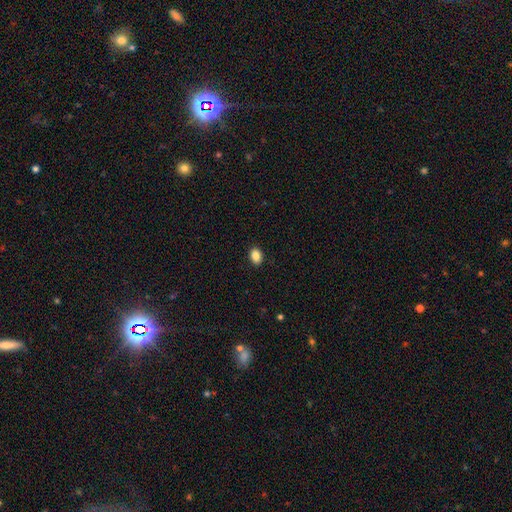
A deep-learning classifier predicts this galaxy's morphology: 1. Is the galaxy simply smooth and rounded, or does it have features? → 87% smooth, 9% star or artifact, 4% featured or disk.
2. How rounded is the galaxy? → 76% in between, 23% round, 1% cigar-shaped.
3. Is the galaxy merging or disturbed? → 90% none, 7% minor disturbance, 2% major disturbance, 1% merger.